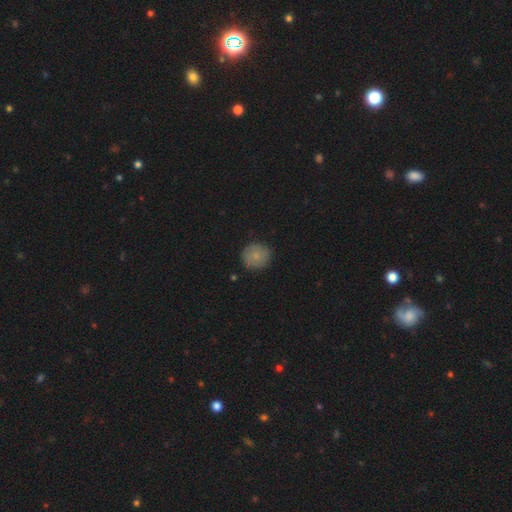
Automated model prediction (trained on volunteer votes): Smooth or featured? smooth (74%)
How rounded? round (90%)
Merging? none (83%)